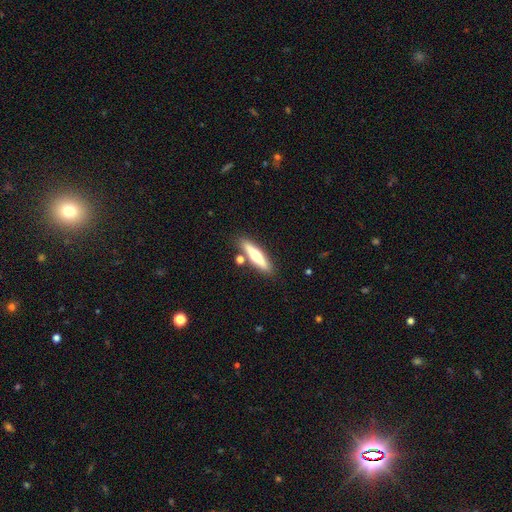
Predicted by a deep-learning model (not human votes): smooth_or_featured: featured or disk (p=0.51) [alt: smooth p=0.43]
disk_edge_on: yes (p=0.94) [alt: no p=0.06]
merging: none (p=0.82) [alt: minor disturbance p=0.09]